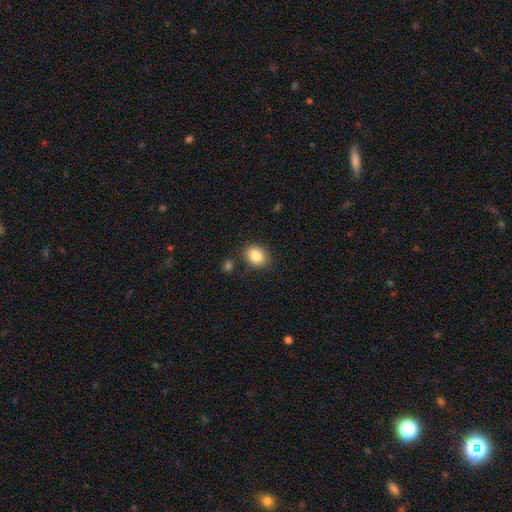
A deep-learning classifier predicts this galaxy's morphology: smooth-or-featured: smooth: 85% | star or artifact: 9% | featured or disk: 6%
  how-rounded: round: 55% | in between: 44% | cigar-shaped: 1%
  merging: none: 82% | minor disturbance: 11% | merger: 4% | major disturbance: 3%